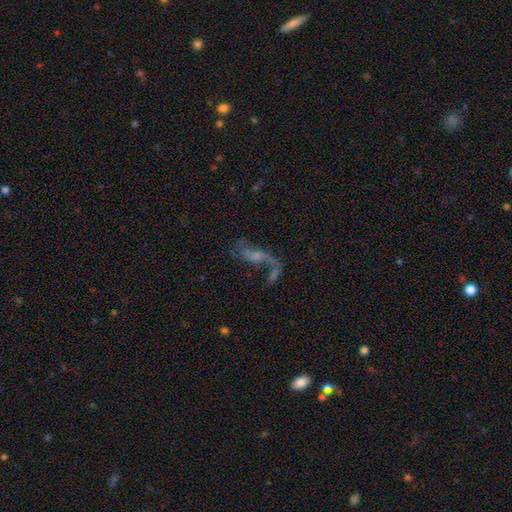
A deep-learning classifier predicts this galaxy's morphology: Smooth or featured? Predicted: featured or disk (p=0.72). Edge-on disk? Predicted: no (p=0.88). Bar? Predicted: no (p=0.57). Spiral arms? Predicted: yes (p=0.78). Bulge size? Predicted: small (p=0.48). Merging? Predicted: none (p=0.34).